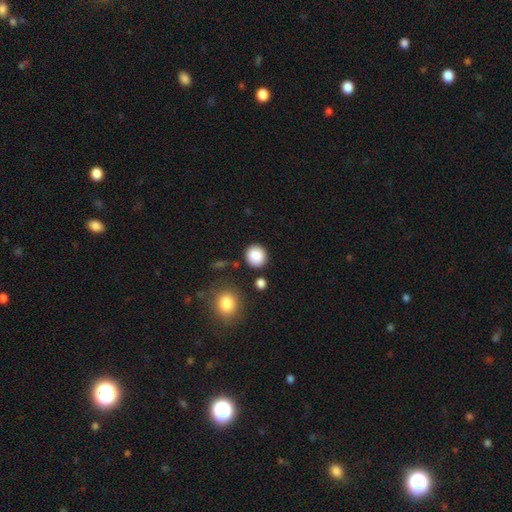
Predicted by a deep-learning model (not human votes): A smooth galaxy with no disk features (88%) that is round (87%). Merging: none (86%).